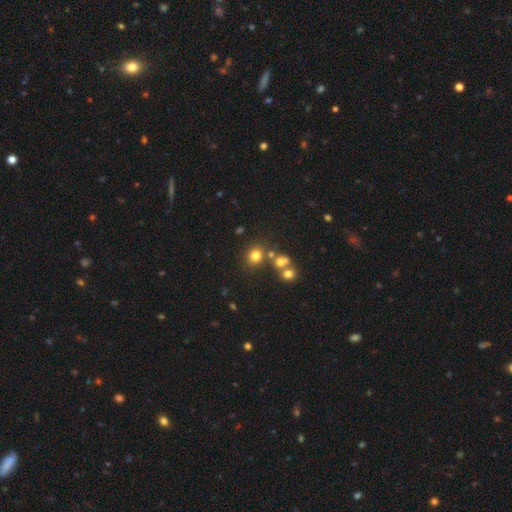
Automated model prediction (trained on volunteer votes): A smooth galaxy with no disk features (76%) that is round (80%).

Vote fractions:
- Smooth or featured? smooth: 76% / star or artifact: 16% / featured or disk: 8%
- How rounded? round: 80% / in between: 19% / cigar-shaped: 1%
- Merging? none: 71% / merger: 16% / minor disturbance: 9% / major disturbance: 4%